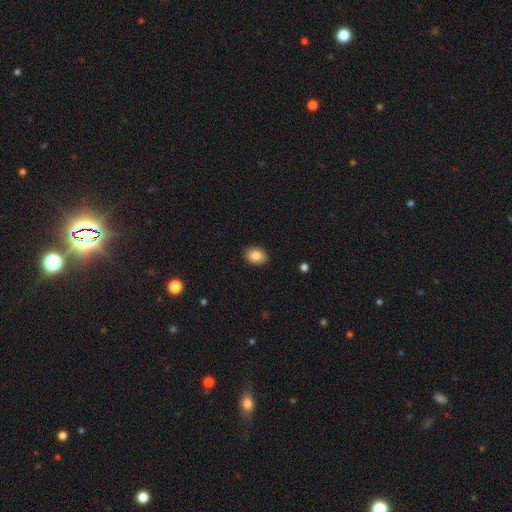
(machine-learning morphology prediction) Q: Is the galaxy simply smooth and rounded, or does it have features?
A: smooth — 86%.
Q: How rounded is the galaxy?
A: in between — 78%.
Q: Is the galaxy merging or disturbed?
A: none — 90%.